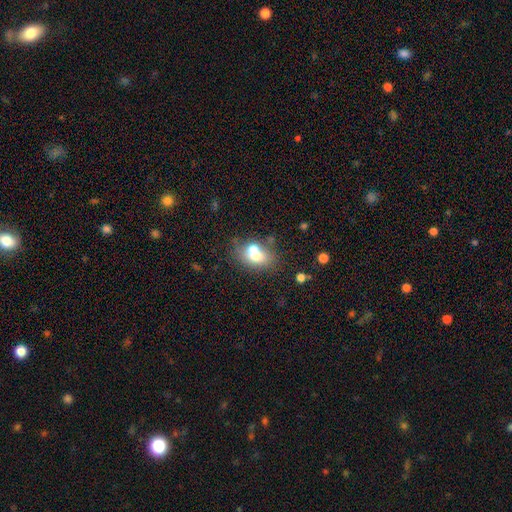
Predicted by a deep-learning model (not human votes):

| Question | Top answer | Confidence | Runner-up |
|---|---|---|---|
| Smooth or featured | smooth | 65% | featured or disk (23%) |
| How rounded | in between | 63% | round (36%) |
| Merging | merger | 44% | none (39%) |